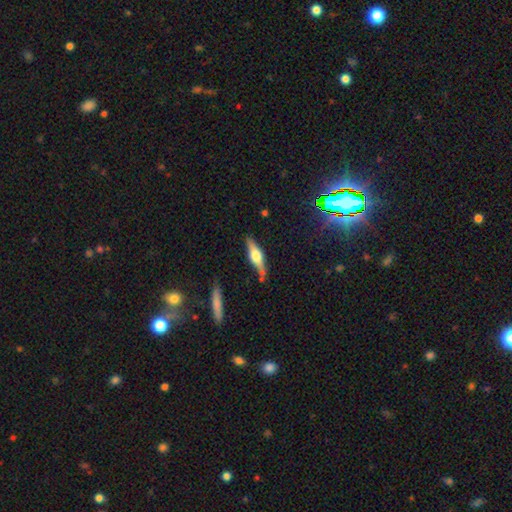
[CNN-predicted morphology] This is likely a featured or disk galaxy (64%). It is clearly viewed edge-on (96%). Edge-on bulge: clearly rounded (92%). Merging: clearly none (81%).